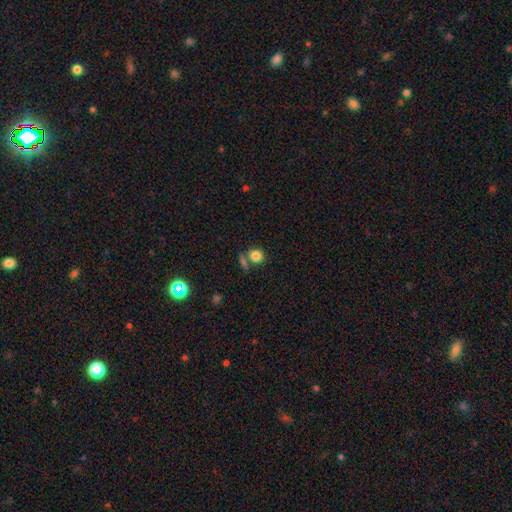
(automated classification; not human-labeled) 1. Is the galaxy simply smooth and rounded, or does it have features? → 81% smooth, 12% star or artifact, 7% featured or disk.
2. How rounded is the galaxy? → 81% round, 17% in between, 2% cigar-shaped.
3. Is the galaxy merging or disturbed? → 65% none, 20% merger, 11% minor disturbance, 5% major disturbance.